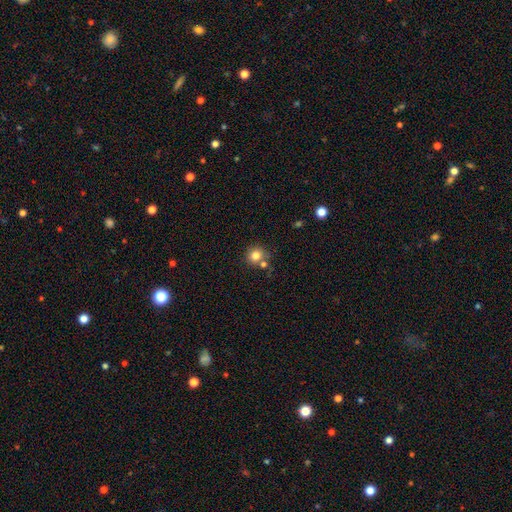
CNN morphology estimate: Smooth or featured? smooth (81%)
How rounded? round (88%)
Merging? none (66%)